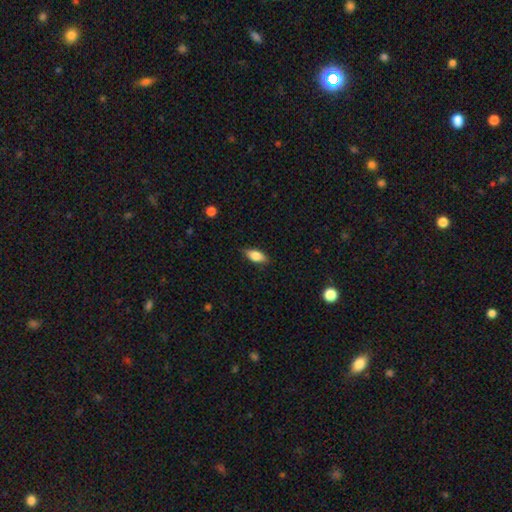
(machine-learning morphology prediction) Overall: smooth (79%). How rounded: in between (84%). Merging: none (83%).